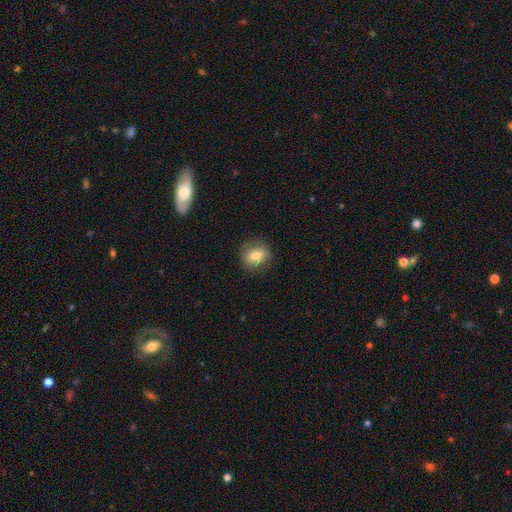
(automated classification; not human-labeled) A smooth galaxy with no disk features (68%) that is round (59%).

Vote fractions:
- Smooth or featured? smooth: 68% / featured or disk: 23% / star or artifact: 9%
- How rounded? round: 59% / in between: 40% / cigar-shaped: 2%
- Merging? none: 81% / minor disturbance: 13% / major disturbance: 4% / merger: 1%